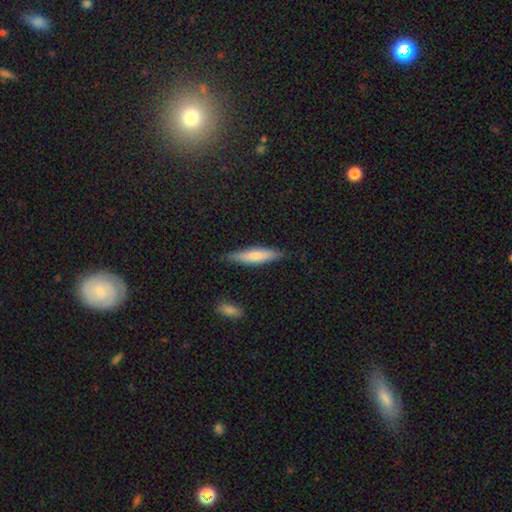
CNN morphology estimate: This appears to be a smooth galaxy with no disk features (67%) that is cigar-shaped (80%). Merging: none (83%).